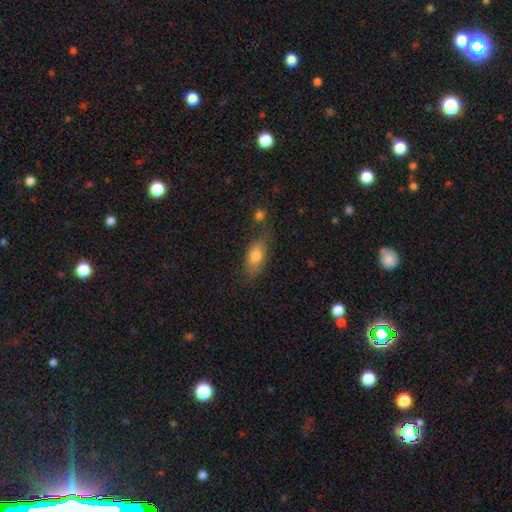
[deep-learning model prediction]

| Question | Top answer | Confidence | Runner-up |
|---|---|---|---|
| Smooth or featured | smooth | 75% | featured or disk (16%) |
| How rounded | in between | 79% | cigar-shaped (14%) |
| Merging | none | 61% | minor disturbance (23%) |